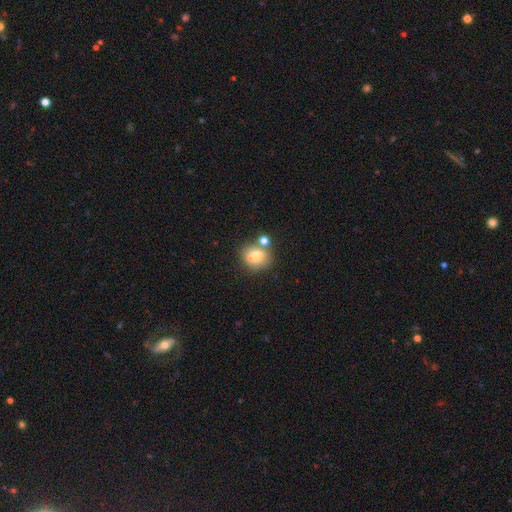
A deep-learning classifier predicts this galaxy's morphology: The model was most divided on "merging": none: 58%, merger: 24%, minor disturbance: 13%, major disturbance: 4%. More confident: how rounded — round (74%); smooth or featured — smooth (69%).